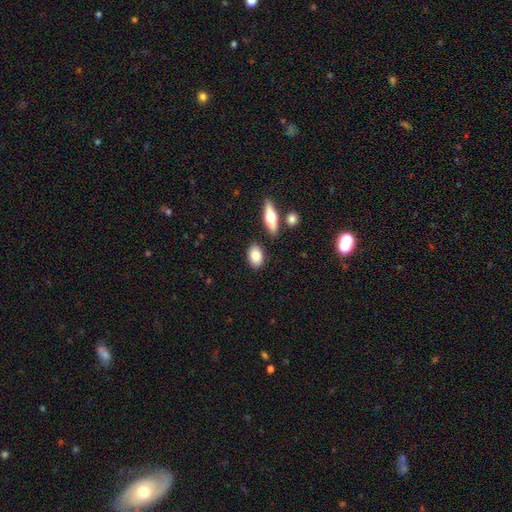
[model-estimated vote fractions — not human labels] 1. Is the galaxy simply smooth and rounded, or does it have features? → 85% smooth, 9% featured or disk, 6% star or artifact.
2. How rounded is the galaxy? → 85% in between, 12% round, 3% cigar-shaped.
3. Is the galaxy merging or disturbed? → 84% none, 10% minor disturbance, 4% merger, 2% major disturbance.